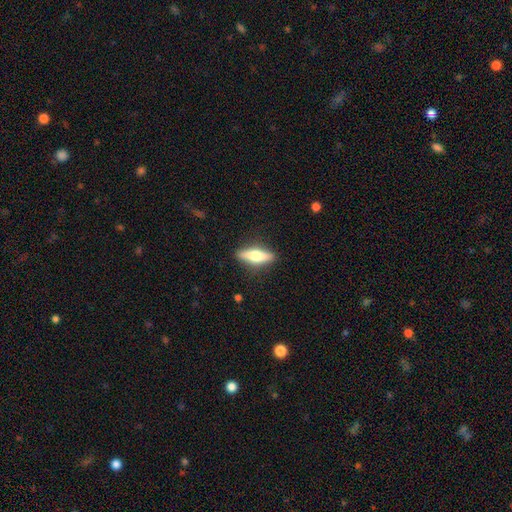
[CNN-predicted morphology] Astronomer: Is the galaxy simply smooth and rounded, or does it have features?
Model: smooth — 54% (runner-up: featured or disk, 40%).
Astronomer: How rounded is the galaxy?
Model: cigar-shaped — 58% (runner-up: in between, 40%).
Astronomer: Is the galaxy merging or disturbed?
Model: none — 87%.